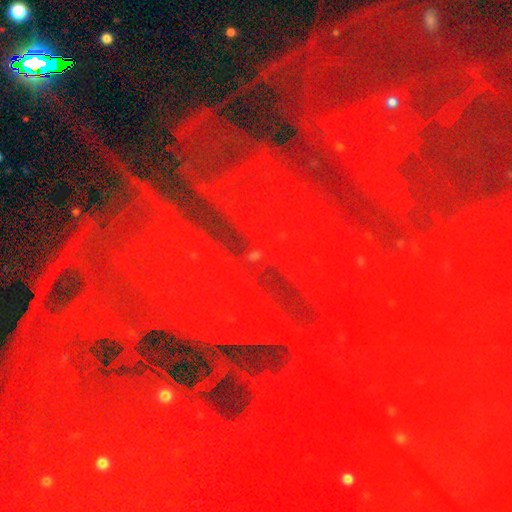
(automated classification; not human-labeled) The model was most divided on "smooth or featured": star or artifact: 88%, featured or disk: 6%, smooth: 5%.